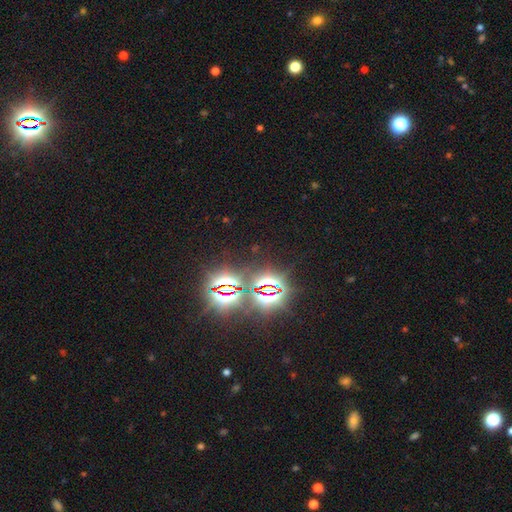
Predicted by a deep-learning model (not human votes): Smooth or featured? Predicted: star or artifact (p=0.81).